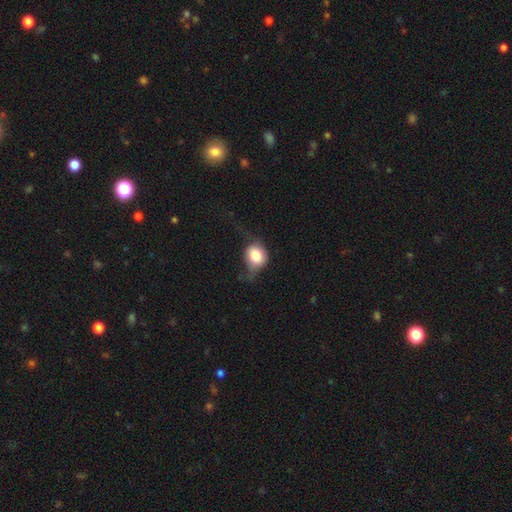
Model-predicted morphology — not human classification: type=smooth (74%); roundness=round (61%); merging=none (33%).